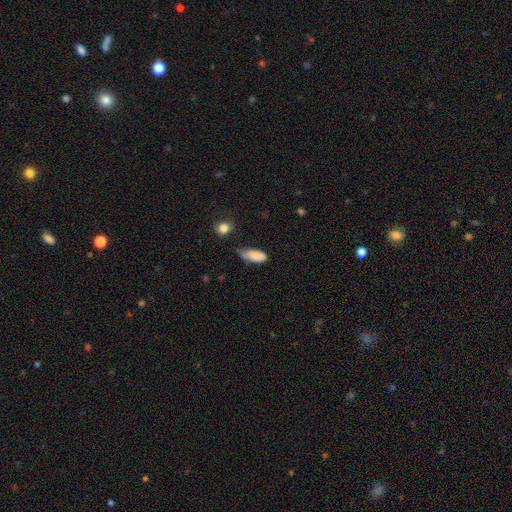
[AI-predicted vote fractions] smooth-or-featured: smooth: 83% | featured or disk: 9% | star or artifact: 8%
  how-rounded: in between: 84% | cigar-shaped: 14% | round: 3%
  merging: minor disturbance: 45% | none: 37% | major disturbance: 14% | merger: 4%